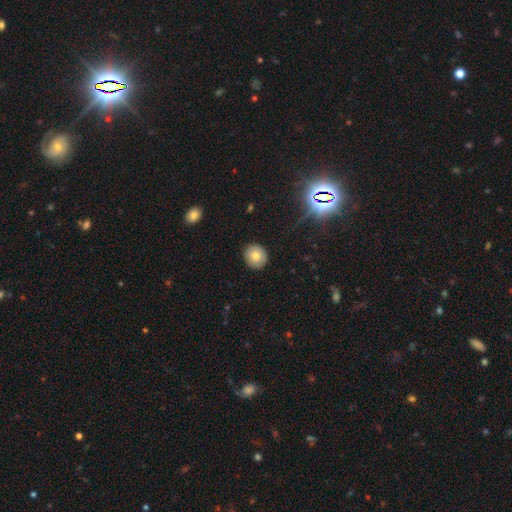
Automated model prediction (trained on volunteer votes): This is likely a smooth galaxy (78%). How rounded: clearly round (87%). Merging: clearly none (91%).